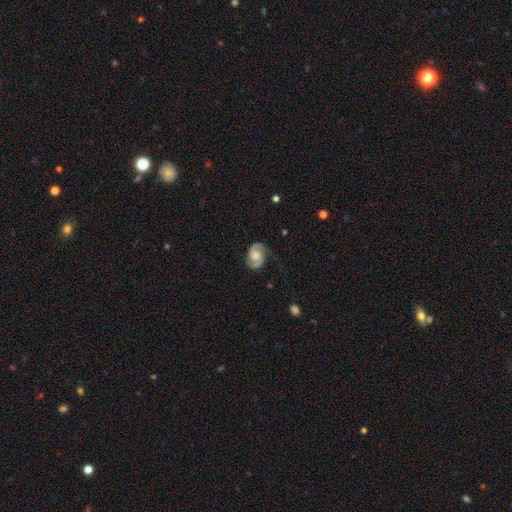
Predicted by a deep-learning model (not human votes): Overall: featured or disk (81%). Edge-on disk: no (98%). Bar: no (58%; weak 36%). Spiral arms: yes (96%). Spiral arm count: 2 (92%). Spiral winding: medium (53%; tight 25%). Bulge size: moderate (40%; none 20%). Merging: none (78%).